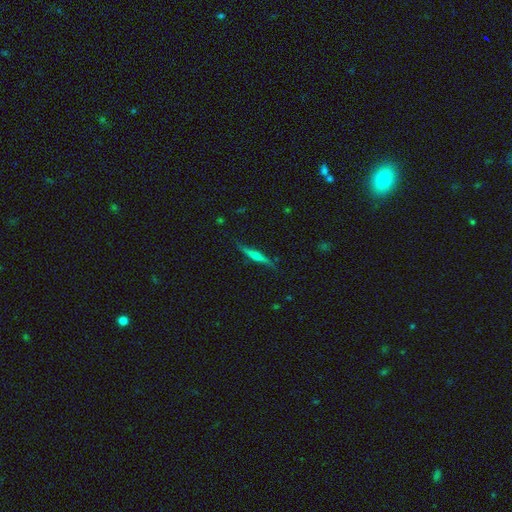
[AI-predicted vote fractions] The model was most divided on "smooth or featured": featured or disk: 58%, smooth: 36%, star or artifact: 7%. More confident: edge-on disk — yes (95%); merging — none (82%); edge-on bulge — rounded (64%).